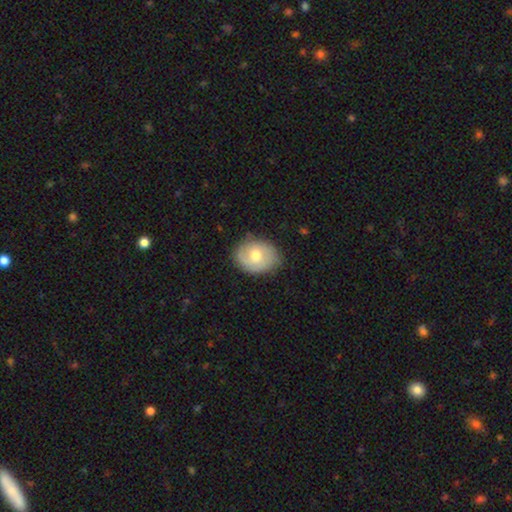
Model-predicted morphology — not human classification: smooth-or-featured: smooth: 52% | featured or disk: 41% | star or artifact: 7%
  how-rounded: in between: 52% | round: 47% | cigar-shaped: 1%
  merging: none: 73% | minor disturbance: 21% | major disturbance: 5% | merger: 1%